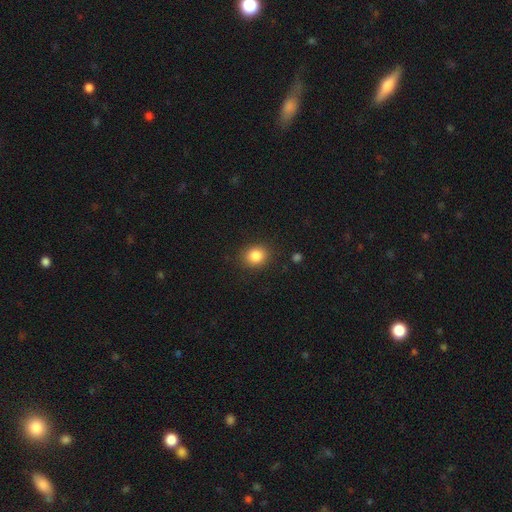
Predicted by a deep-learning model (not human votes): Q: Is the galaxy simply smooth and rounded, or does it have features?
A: smooth — 85%.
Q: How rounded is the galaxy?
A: round — 68%.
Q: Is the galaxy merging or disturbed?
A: none — 87%.